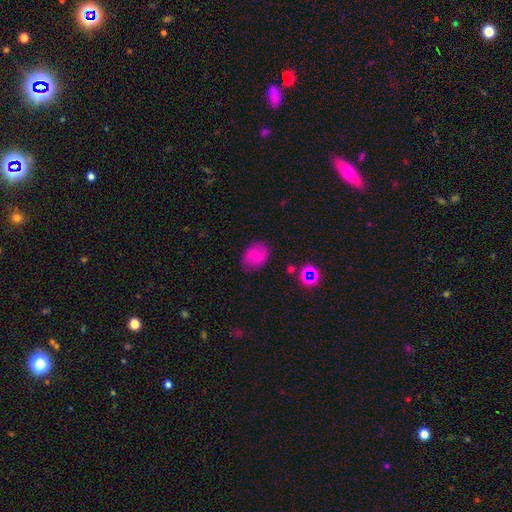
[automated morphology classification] This appears to be a smooth galaxy with no disk features (62%) that is in between round and cigar-shaped (62%). Merging: none (81%).